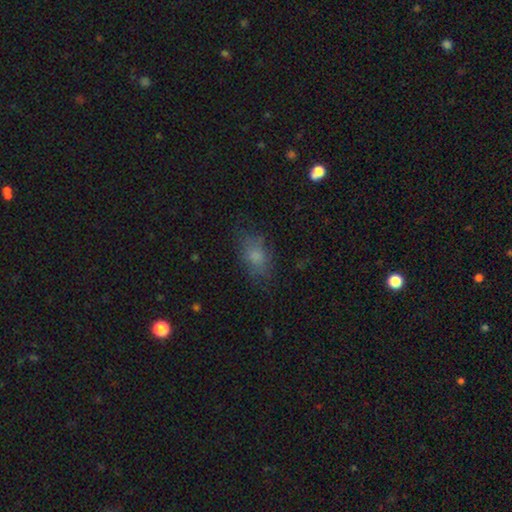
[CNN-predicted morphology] smooth_or_featured: smooth (p=0.74) [alt: featured or disk p=0.14]
how_rounded: in between (p=0.80) [alt: round p=0.16]
merging: none (p=0.68) [alt: minor disturbance p=0.20]